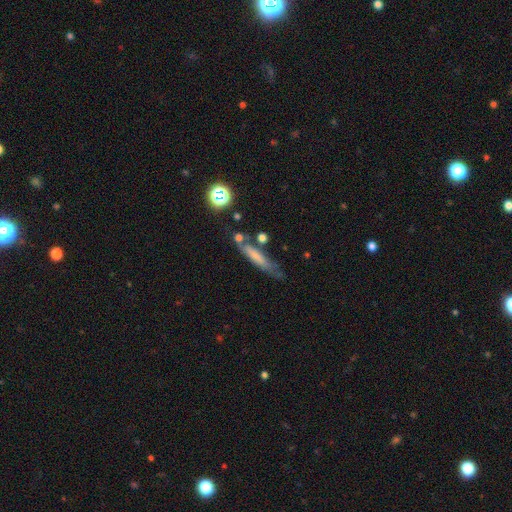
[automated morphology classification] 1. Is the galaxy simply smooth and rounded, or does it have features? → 58% smooth, 29% featured or disk, 12% star or artifact.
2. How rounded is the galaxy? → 84% cigar-shaped, 13% in between, 4% round.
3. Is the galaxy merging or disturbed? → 57% none, 23% minor disturbance, 11% merger, 10% major disturbance.